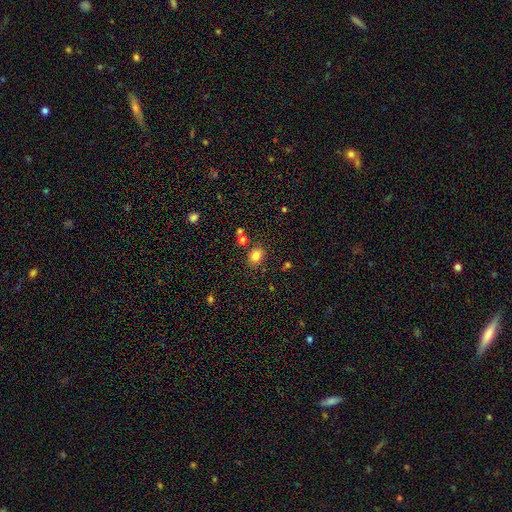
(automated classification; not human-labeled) smooth-or-featured: smooth: 82% | star or artifact: 12% | featured or disk: 6%
  how-rounded: in between: 54% | round: 45% | cigar-shaped: 1%
  merging: none: 81% | minor disturbance: 11% | merger: 5% | major disturbance: 3%